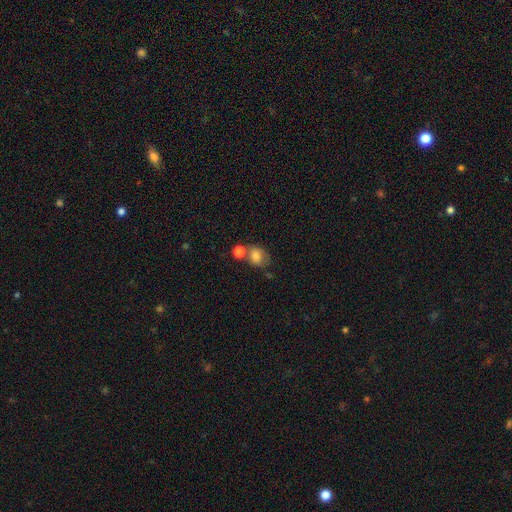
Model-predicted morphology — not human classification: Smooth or featured? smooth (78%)
How rounded? round (52%)
Merging? none (43%)